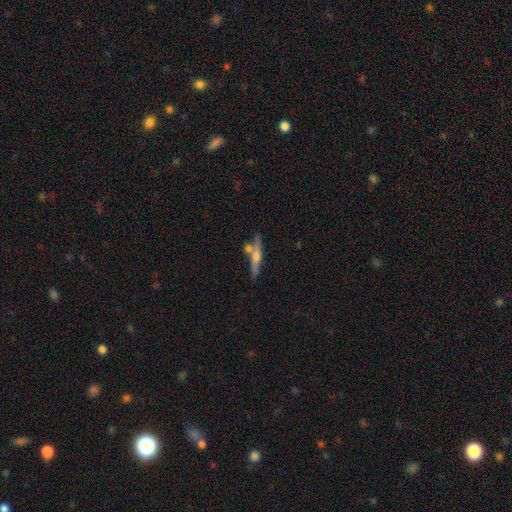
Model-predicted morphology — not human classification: The model was most divided on "smooth or featured": featured or disk: 52%, smooth: 42%, star or artifact: 6%. More confident: edge-on disk — yes (93%); merging — none (64%).